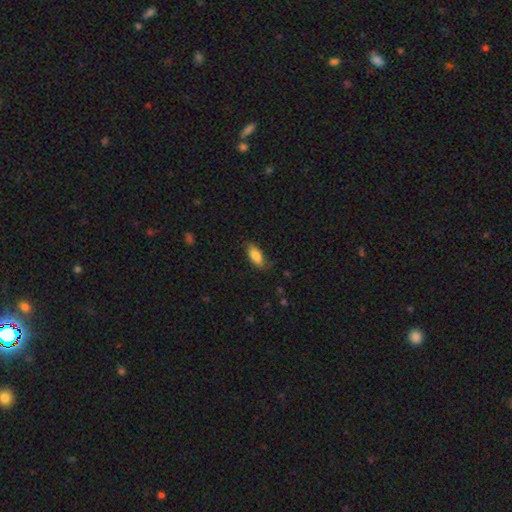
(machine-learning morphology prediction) A smooth galaxy with no disk features (85%) that is in between round and cigar-shaped (86%).

Vote fractions:
- Smooth or featured? smooth: 85% / featured or disk: 8% / star or artifact: 7%
- How rounded? in between: 86% / cigar-shaped: 12% / round: 3%
- Merging? none: 76% / minor disturbance: 19% / major disturbance: 4% / merger: 1%